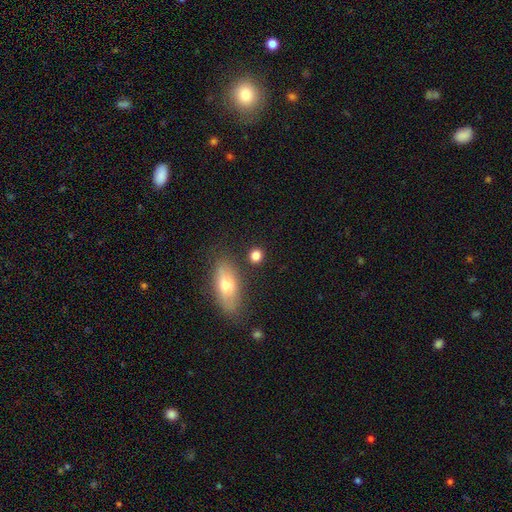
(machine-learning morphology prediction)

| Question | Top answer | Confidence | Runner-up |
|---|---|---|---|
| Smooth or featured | smooth | 82% | star or artifact (10%) |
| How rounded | round | 74% | in between (22%) |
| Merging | none | 82% | minor disturbance (9%) |